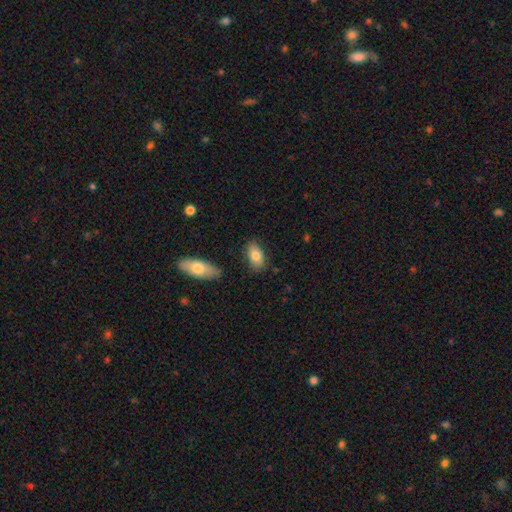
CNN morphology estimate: The model was most divided on "smooth or featured": smooth: 79%, featured or disk: 14%, star or artifact: 7%. More confident: how rounded — in between (90%); merging — none (81%).